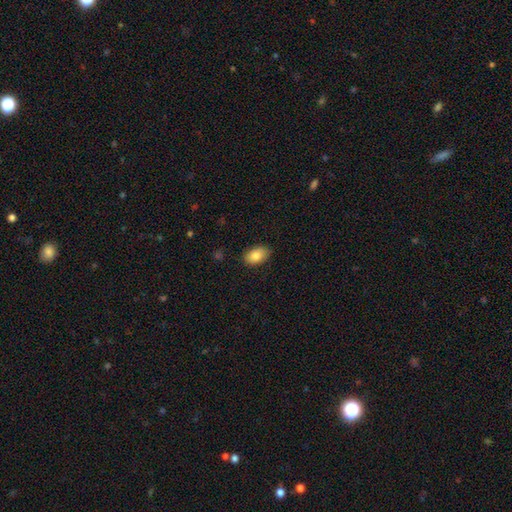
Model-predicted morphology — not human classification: Smooth or featured: smooth — 84% (featured or disk — 9%)
How rounded: in between — 91% (round — 8%)
Merging: none — 86% (minor disturbance — 11%)